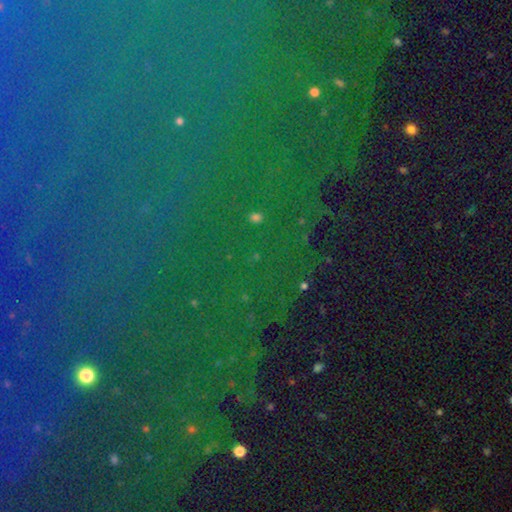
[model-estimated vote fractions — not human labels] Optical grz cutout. It shows a star or artifact, not a galaxy (85%).